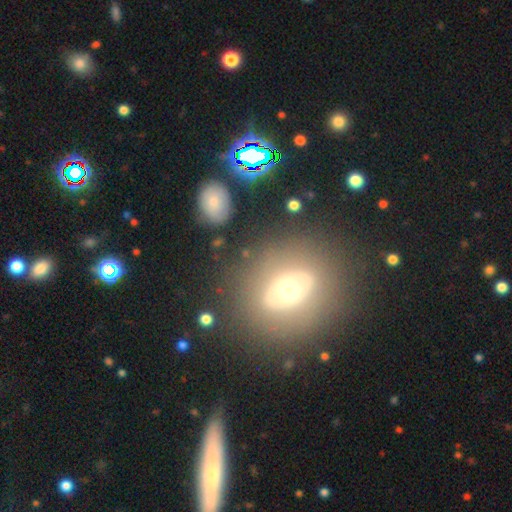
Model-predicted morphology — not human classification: type=featured or disk (55%); edge-on=no (90%); merging=none (77%).